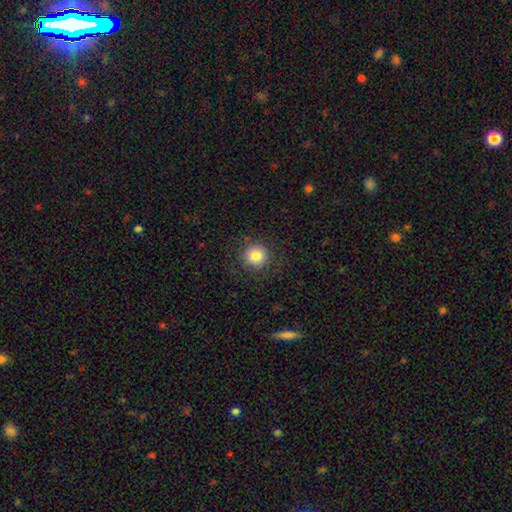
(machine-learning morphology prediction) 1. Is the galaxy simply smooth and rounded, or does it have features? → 83% smooth, 10% star or artifact, 6% featured or disk.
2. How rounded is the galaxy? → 94% round, 5% in between, 1% cigar-shaped.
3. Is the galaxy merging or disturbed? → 88% none, 7% minor disturbance, 3% major disturbance, 1% merger.